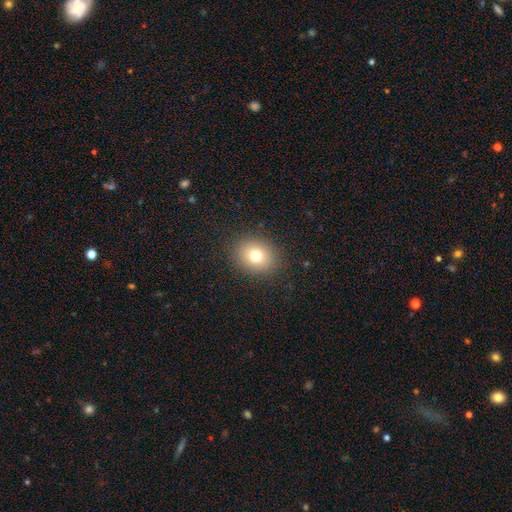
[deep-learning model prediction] This is likely a smooth galaxy (75%). How rounded: likely round (64%). Merging: clearly none (89%).